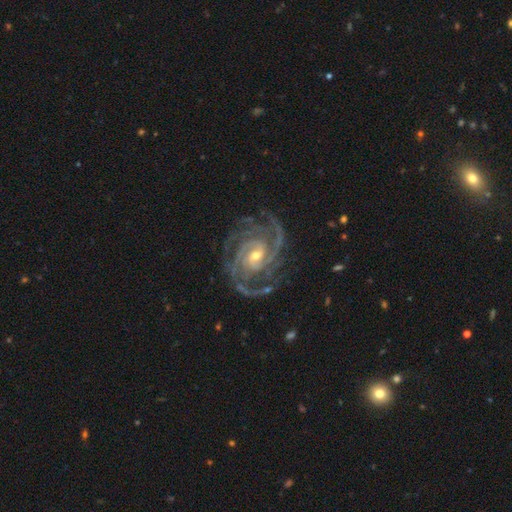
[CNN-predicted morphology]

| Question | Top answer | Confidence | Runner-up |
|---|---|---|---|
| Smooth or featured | featured or disk | 94% | star or artifact (4%) |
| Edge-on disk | no | 98% | yes (2%) |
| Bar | no | 45% | weak (40%) |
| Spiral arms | yes | 99% | no (1%) |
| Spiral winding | tight | 65% | medium (31%) |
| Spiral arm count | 3 | 29% | 4 (25%) |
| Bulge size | small | 51% | moderate (45%) |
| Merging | none | 76% | minor disturbance (15%) |